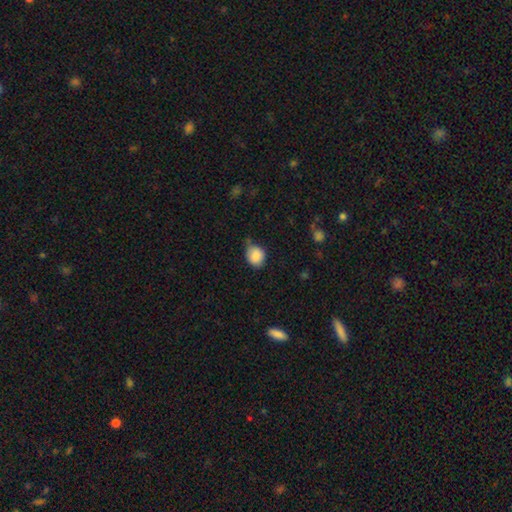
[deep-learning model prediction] This appears to be a smooth galaxy with no disk features (86%) that is round (69%). Merging: none (59%).